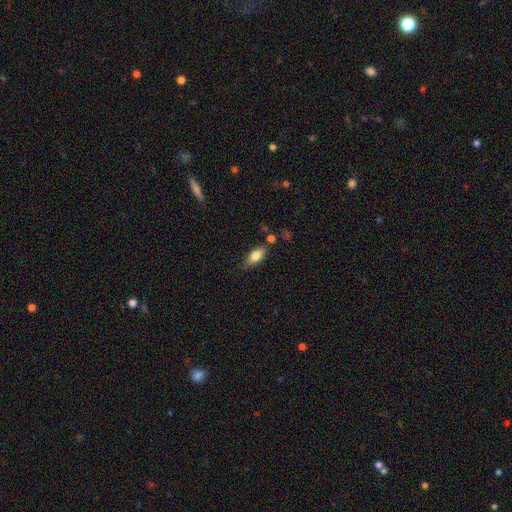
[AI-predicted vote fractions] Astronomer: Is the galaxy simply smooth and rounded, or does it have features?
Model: smooth — 79%.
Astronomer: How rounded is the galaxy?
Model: in between — 85%.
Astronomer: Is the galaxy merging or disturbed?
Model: none — 73%.